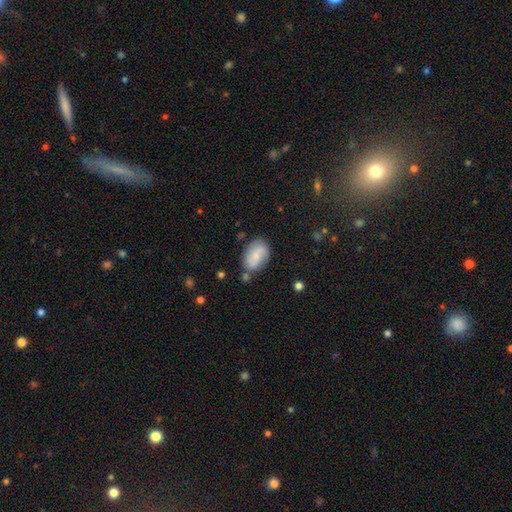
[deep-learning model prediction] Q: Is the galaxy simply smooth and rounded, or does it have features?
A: smooth — 66%.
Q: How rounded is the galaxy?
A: in between — 88%.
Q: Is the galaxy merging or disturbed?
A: none — 68%.